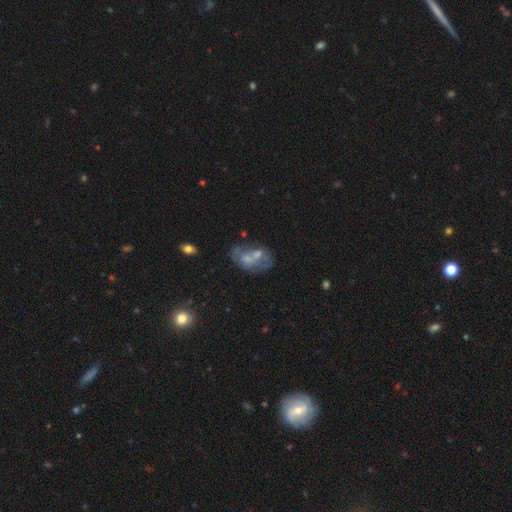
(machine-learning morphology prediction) This appears to be a featured or disk galaxy (55%) with no bar (77%), no spiral arms (71%) and a small central bulge (40%). Merging: merger (35%).